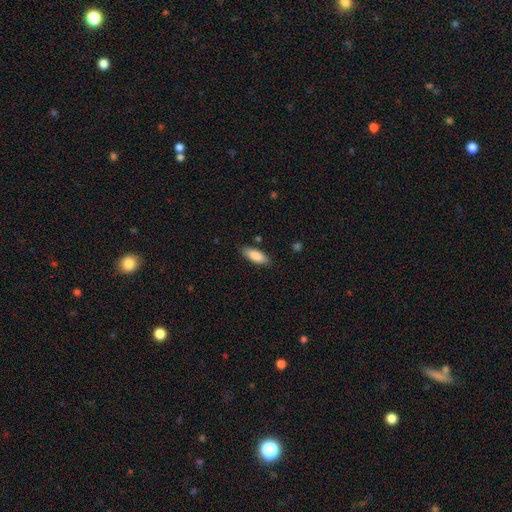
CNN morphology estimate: smooth-or-featured: smooth: 86% | featured or disk: 8% | star or artifact: 6%
  how-rounded: in between: 72% | cigar-shaped: 26% | round: 2%
  merging: none: 84% | minor disturbance: 12% | major disturbance: 2% | merger: 2%